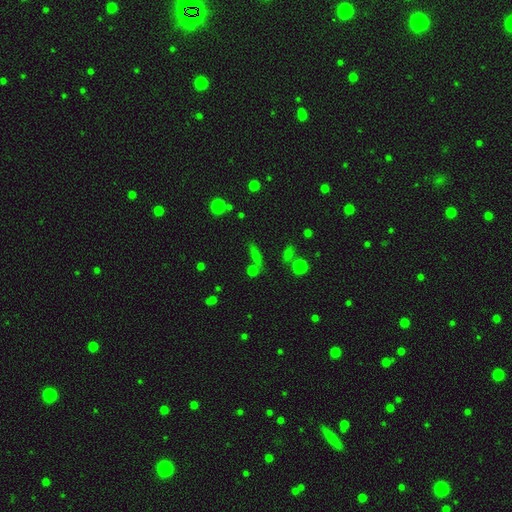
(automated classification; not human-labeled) smooth 58%, star or artifact 21%, featured or disk 21%. Down the decision tree: how rounded — cigar-shaped (45%); merging — none (69%).